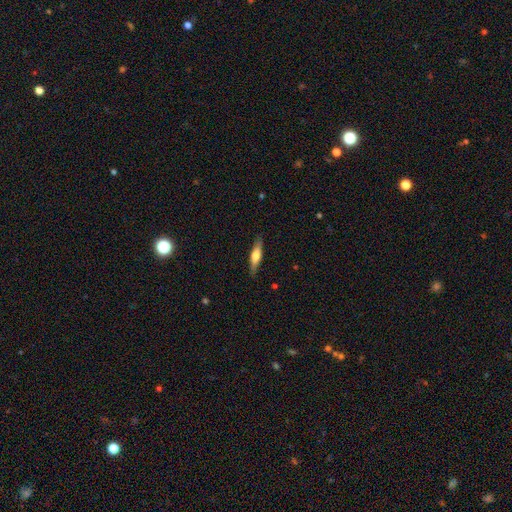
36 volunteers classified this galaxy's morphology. This is likely a smooth galaxy (67%). How rounded: likely cigar-shaped (67%). Merging: clearly none (85%).